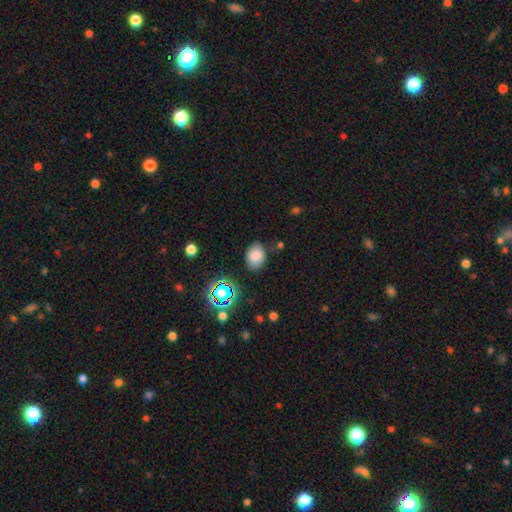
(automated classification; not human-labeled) Overall: smooth (79%). How rounded: in between (71%). Merging: none (78%).